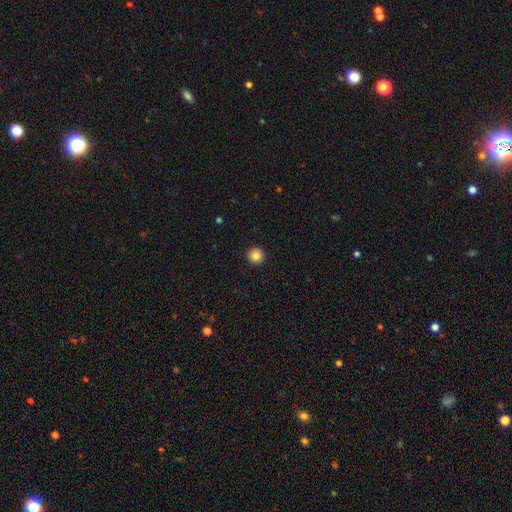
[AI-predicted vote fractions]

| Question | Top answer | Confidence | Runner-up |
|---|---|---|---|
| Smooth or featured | smooth | 85% | star or artifact (10%) |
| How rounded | round | 96% | in between (3%) |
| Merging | none | 94% | minor disturbance (4%) |